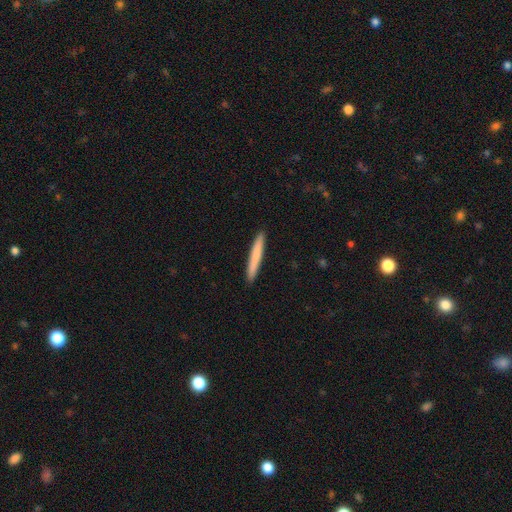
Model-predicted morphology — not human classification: Q: Smooth or featured?
A: smooth (74%); runner-up: featured or disk (21%)
Q: How rounded?
A: cigar-shaped (97%); runner-up: in between (2%)
Q: Merging?
A: none (93%); runner-up: minor disturbance (5%)